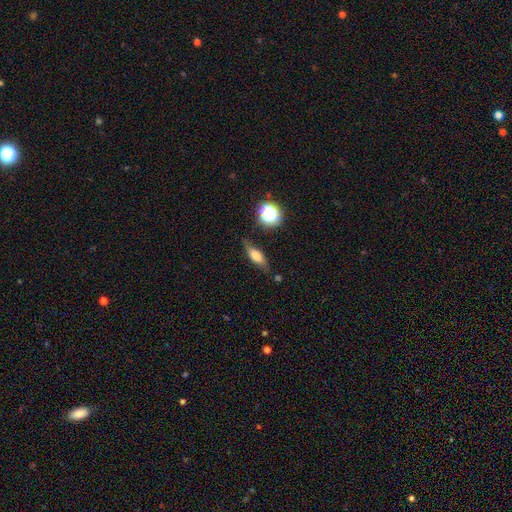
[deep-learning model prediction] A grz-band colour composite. It shows a smooth galaxy with no disk features (56%) that is in between round and cigar-shaped (53%). Merging: none (71%).